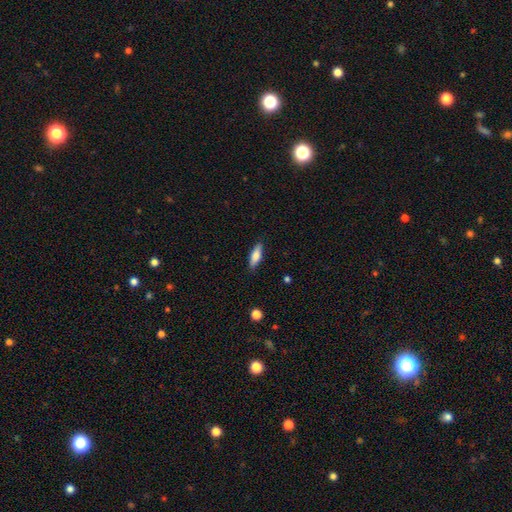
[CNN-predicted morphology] type=smooth (74%); roundness=in between (56%); merging=none (86%).